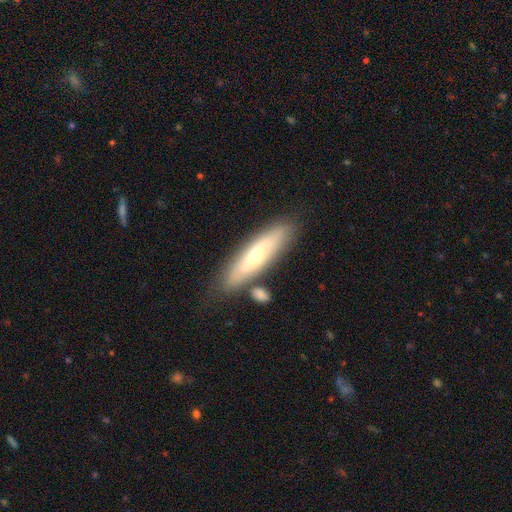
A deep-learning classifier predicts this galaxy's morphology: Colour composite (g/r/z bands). It shows a smooth galaxy with no disk features (49%). Merging: none (80%).